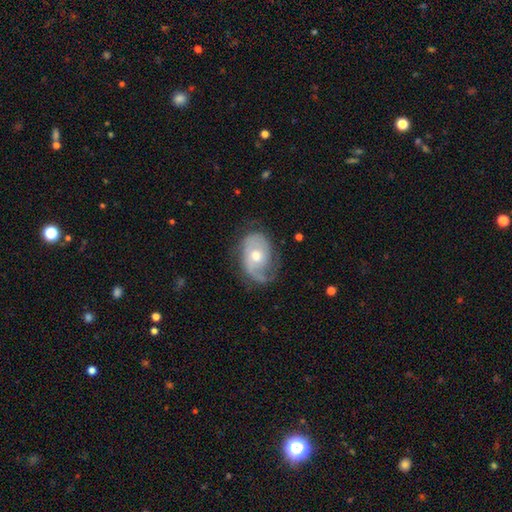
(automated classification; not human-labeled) This is likely a featured or disk galaxy (74%). It is clearly not viewed edge-on (96%). Bar: likely no (74%). Spiral arm pattern: clearly yes (86%). Spiral arm count: marginally 1 (39%). Spiral winding: marginally tight (41%). Central bulge: likely moderate (72%). Merging: possibly none (56%).